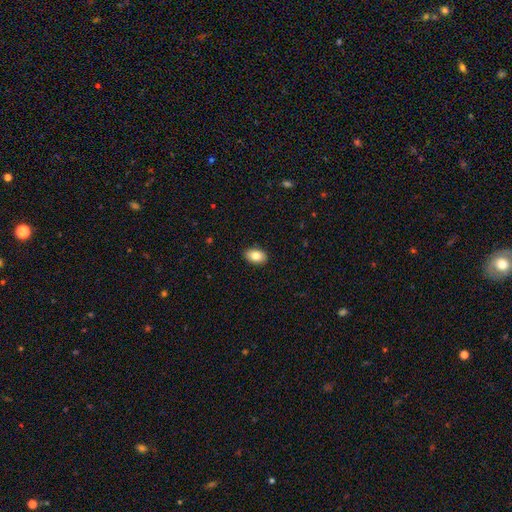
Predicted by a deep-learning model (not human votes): Smooth or featured? Predicted: smooth (p=0.82). How rounded? Predicted: in between (p=0.88). Merging? Predicted: none (p=0.90).